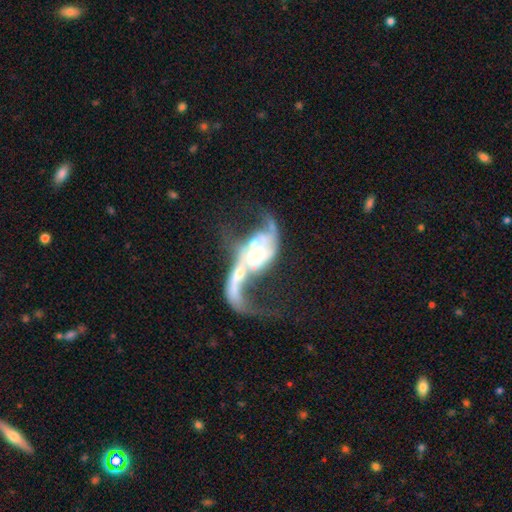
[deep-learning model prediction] This is clearly a featured or disk galaxy (81%). It is clearly not viewed edge-on (95%). Bar: possibly no (57%). Spiral arm pattern: clearly yes (83%). Spiral arm count: likely 2 (66%). Spiral winding: likely loose (75%). Central bulge: possibly moderate (48%). Merging: possibly merger (55%).